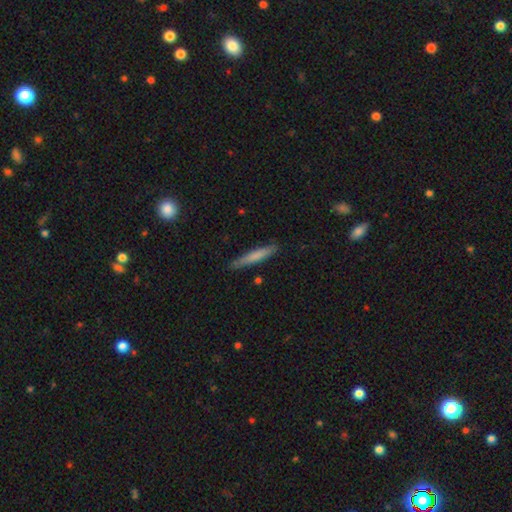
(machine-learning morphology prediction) Smooth or featured? smooth (71%)
How rounded? cigar-shaped (94%)
Merging? none (87%)